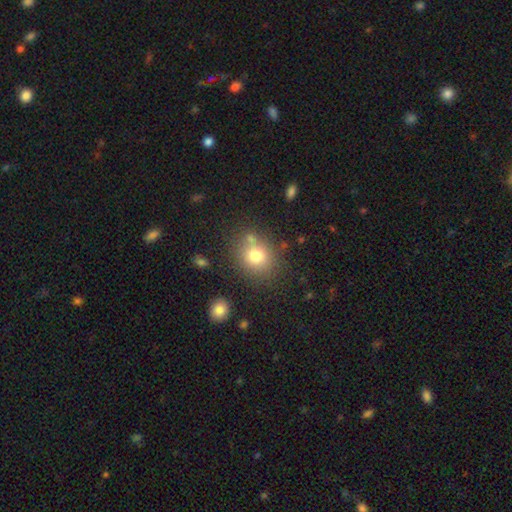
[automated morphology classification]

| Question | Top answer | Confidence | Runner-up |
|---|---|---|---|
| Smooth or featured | smooth | 77% | star or artifact (13%) |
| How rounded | round | 75% | in between (24%) |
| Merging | none | 73% | minor disturbance (12%) |